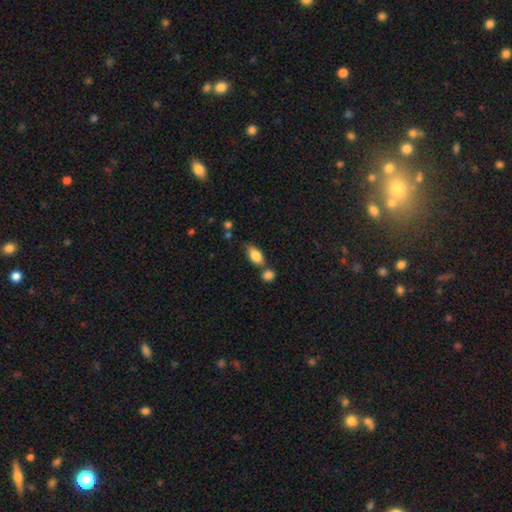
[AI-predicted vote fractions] The model was most divided on "merging": none: 54%, merger: 24%, minor disturbance: 17%, major disturbance: 5%. More confident: how rounded — in between (87%); smooth or featured — smooth (83%).